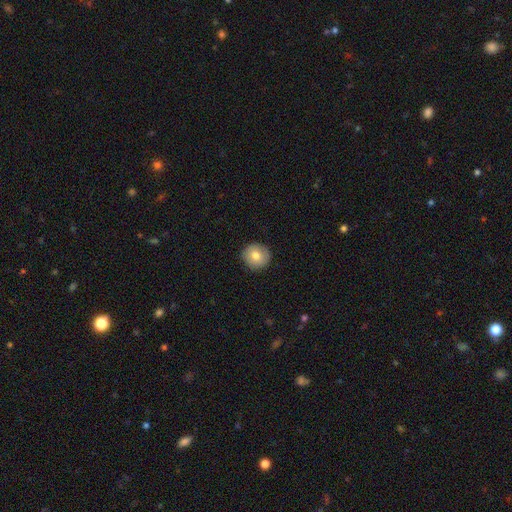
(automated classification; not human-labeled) Morphology: type=smooth (77%); roundness=round (92%); merging=none (90%).